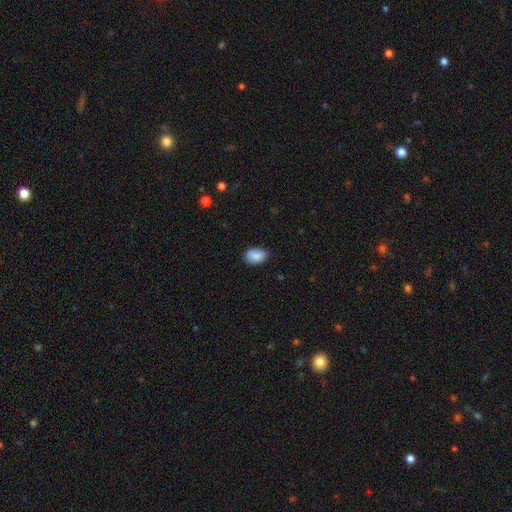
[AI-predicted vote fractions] Smooth or featured? smooth (87%)
How rounded? in between (85%)
Merging? none (75%)